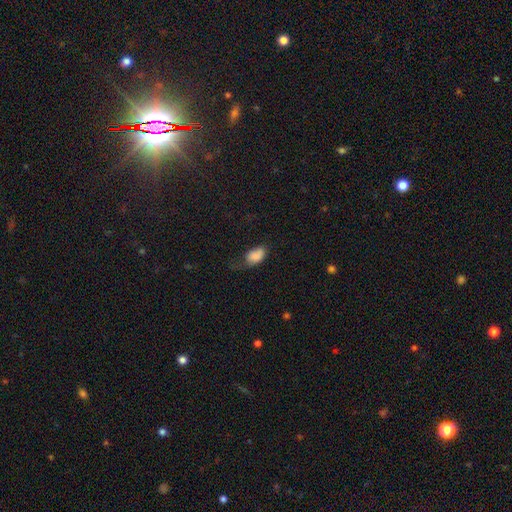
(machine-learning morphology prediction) Smooth or featured? smooth (84%)
How rounded? in between (90%)
Merging? minor disturbance (36%)